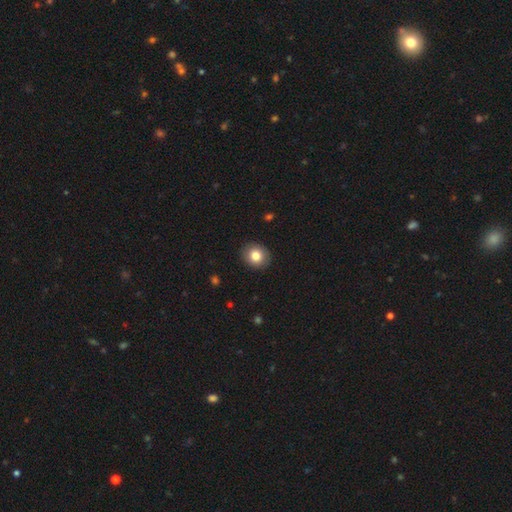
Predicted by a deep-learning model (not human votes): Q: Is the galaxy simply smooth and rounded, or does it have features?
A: smooth — 82%.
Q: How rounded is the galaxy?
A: round — 75%.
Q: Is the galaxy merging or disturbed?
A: none — 91%.